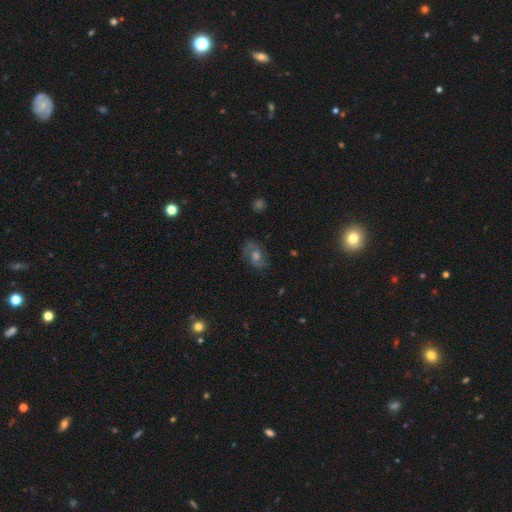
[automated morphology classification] smooth-or-featured: featured or disk: 61% | smooth: 22% | star or artifact: 16%
  disk-edge-on: no: 95% | yes: 5%
    bar: no: 58% | weak: 34% | strong: 8%
    has-spiral-arms: yes: 86% | no: 14%
      spiral-winding: medium: 50% | tight: 27% | loose: 23%
      spiral-arm-count: 2: 80% | can't tell: 11% | 1: 3% | 3: 3% | 4: 1% | more than 4: 1%
    bulge-size: moderate: 64% | small: 20% | large: 11% | none: 3% | dominant: 2%
  merging: none: 79% | minor disturbance: 14% | major disturbance: 6% | merger: 1%